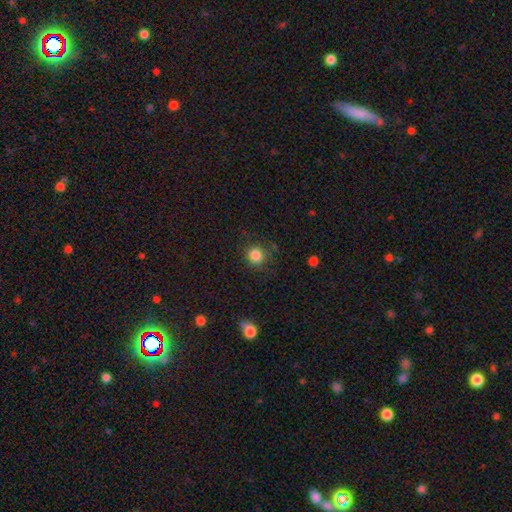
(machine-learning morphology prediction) Smooth or featured? Predicted: smooth (p=0.84). How rounded? Predicted: round (p=0.91). Merging? Predicted: none (p=0.84).